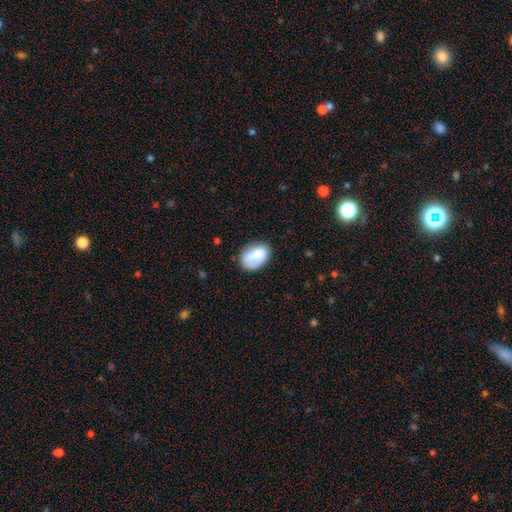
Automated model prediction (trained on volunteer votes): The model was most divided on "merging": none: 55%, minor disturbance: 23%, merger: 13%, major disturbance: 9%. More confident: how rounded — in between (82%); smooth or featured — smooth (70%).